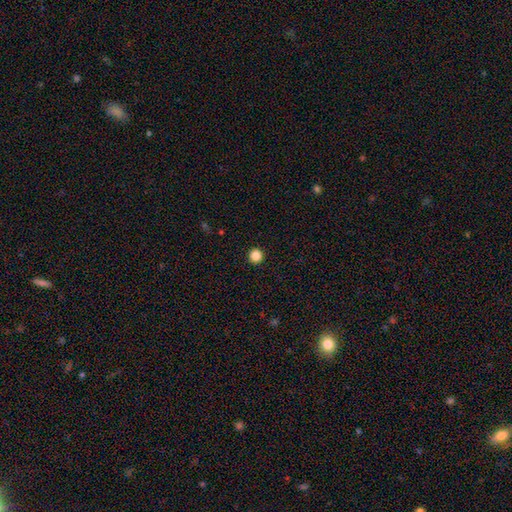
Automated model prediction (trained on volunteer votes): The model was most divided on "smooth or featured": smooth: 85%, star or artifact: 11%, featured or disk: 3%. More confident: how rounded — round (96%); merging — none (94%).